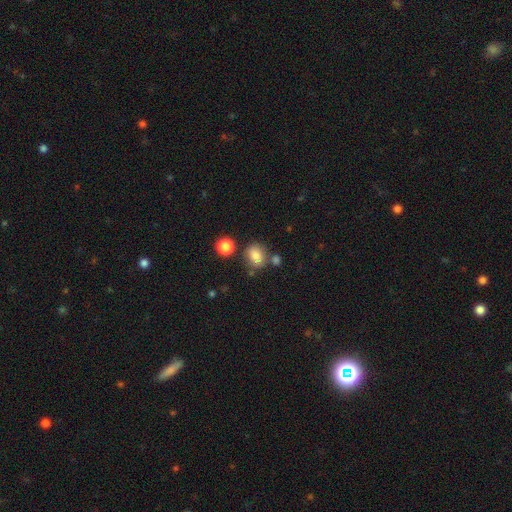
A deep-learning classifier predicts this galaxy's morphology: type=smooth (79%); roundness=round (50%); merging=none (66%).